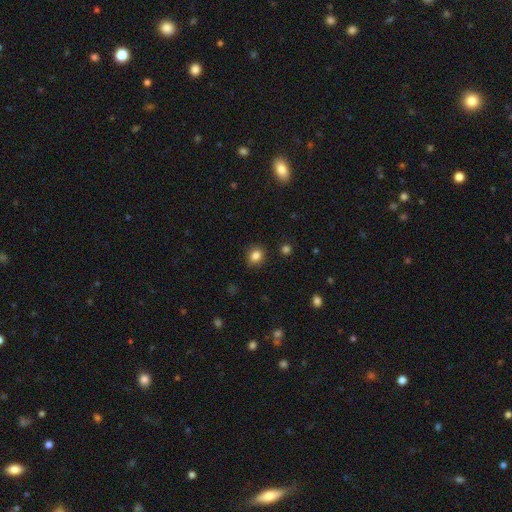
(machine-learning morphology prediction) smooth-or-featured: smooth: 84% | star or artifact: 11% | featured or disk: 5%
  how-rounded: round: 64% | in between: 35% | cigar-shaped: 1%
  merging: none: 87% | minor disturbance: 9% | major disturbance: 2% | merger: 2%